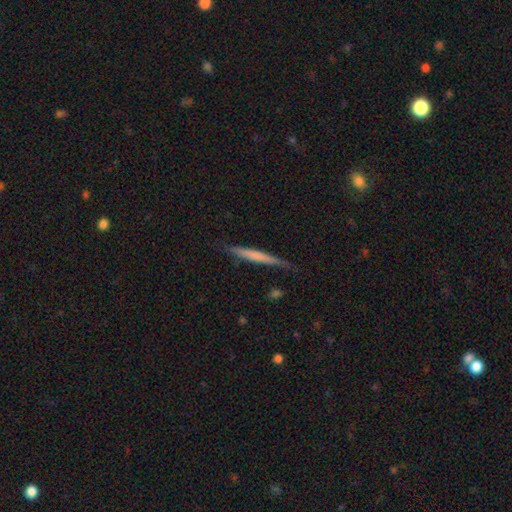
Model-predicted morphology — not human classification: smooth_or_featured: smooth (p=0.54) [alt: featured or disk p=0.41]
how_rounded: cigar-shaped (p=0.96) [alt: in between p=0.03]
merging: none (p=0.83) [alt: minor disturbance p=0.13]